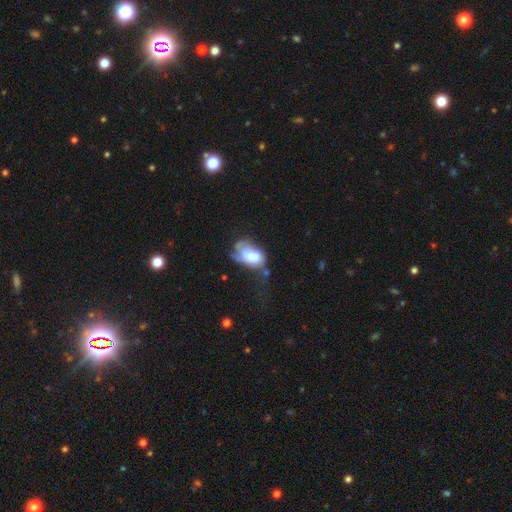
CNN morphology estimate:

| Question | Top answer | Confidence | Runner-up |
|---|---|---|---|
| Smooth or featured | smooth | 54% | featured or disk (36%) |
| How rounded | in between | 87% | round (11%) |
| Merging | major disturbance | 43% | minor disturbance (25%) |